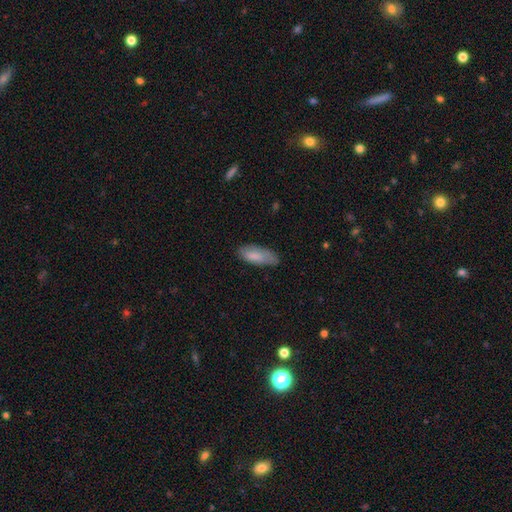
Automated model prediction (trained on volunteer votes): Morphology: type=smooth (83%); roundness=in between (71%); merging=none (67%).